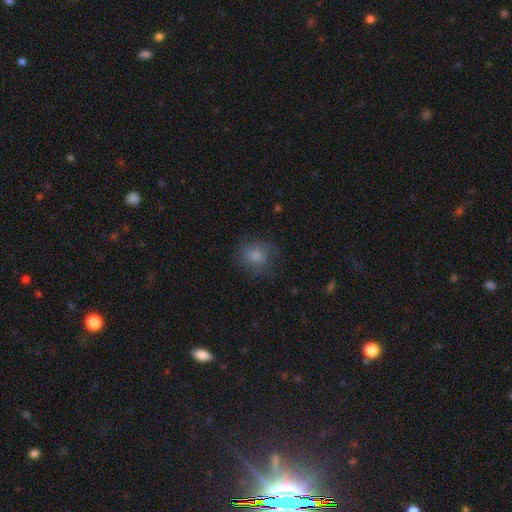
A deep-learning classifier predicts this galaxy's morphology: type=smooth (72%); roundness=round (73%); merging=none (64%).